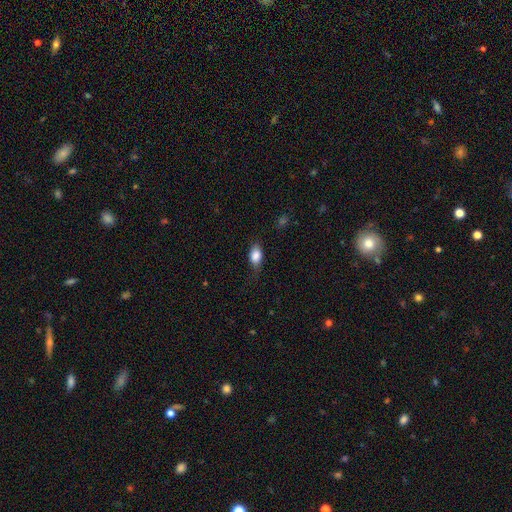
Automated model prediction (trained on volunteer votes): Smooth or featured?
  - smooth: 84% *
  - featured or disk: 8%
  - star or artifact: 8%
How rounded?
  - in between: 85% *
  - round: 11%
  - cigar-shaped: 5%
Merging?
  - none: 67% *
  - minor disturbance: 24%
  - major disturbance: 7%
  - merger: 1%